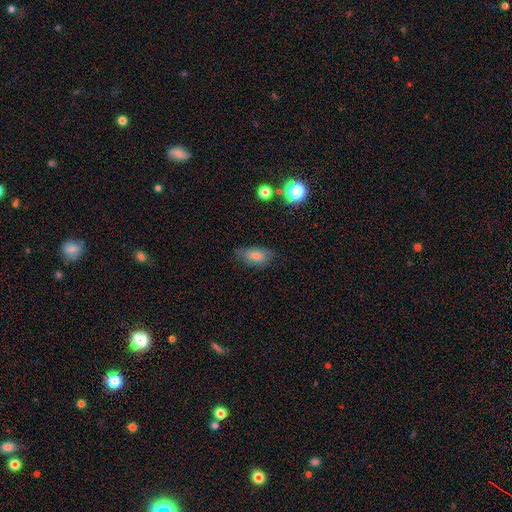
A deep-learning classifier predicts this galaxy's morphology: Overall: smooth (73%). How rounded: in between (86%). Merging: none (71%).